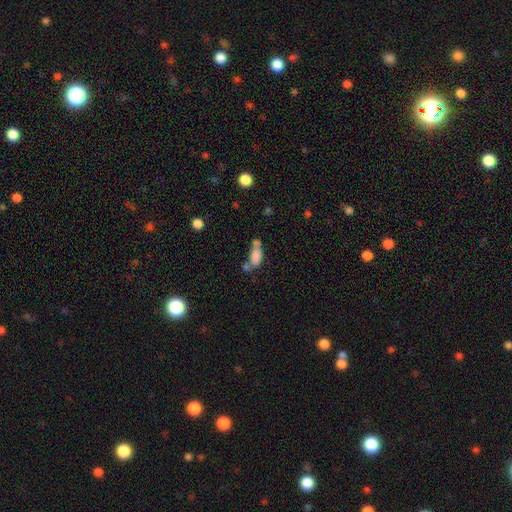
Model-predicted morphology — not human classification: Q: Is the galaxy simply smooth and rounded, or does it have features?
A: smooth — 77%.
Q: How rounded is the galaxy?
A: in between — 83%.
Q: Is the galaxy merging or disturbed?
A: merger — 41%.